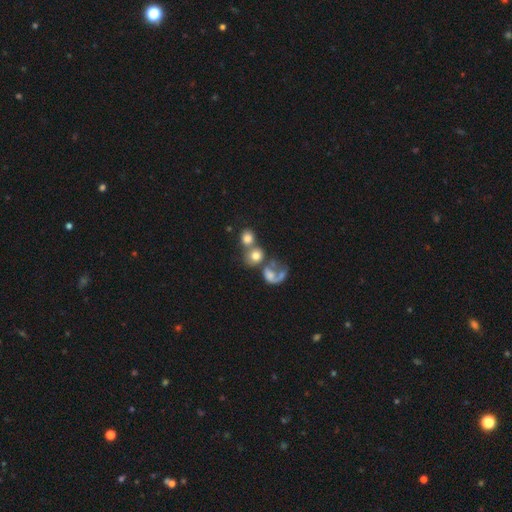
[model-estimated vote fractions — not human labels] This appears to be a smooth galaxy with no disk features (66%) that is round (73%). Merging: merger (49%).